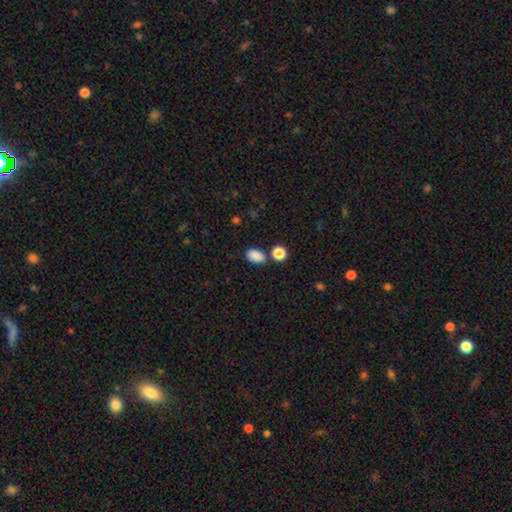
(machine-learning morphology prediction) The model was most divided on "merging": none: 77%, minor disturbance: 11%, merger: 9%, major disturbance: 3%. More confident: how rounded — in between (88%); smooth or featured — smooth (87%).